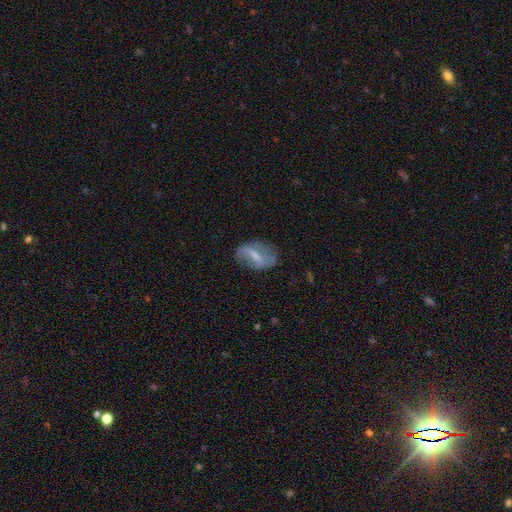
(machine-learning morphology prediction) type=featured or disk (57%); edge-on=no (93%); bar=weak (44%); spiral arms=yes (57%); bulge=small (43%); merging=none (60%).